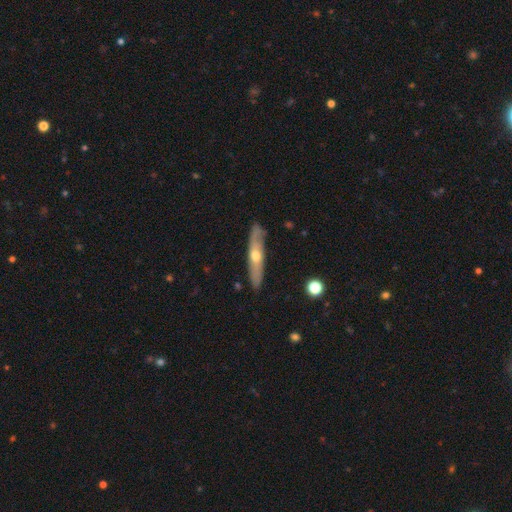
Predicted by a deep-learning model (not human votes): smooth_or_featured: featured or disk (p=0.61) [alt: smooth p=0.32]
disk_edge_on: yes (p=0.73) [alt: no p=0.27]
merging: none (p=0.86) [alt: minor disturbance p=0.11]